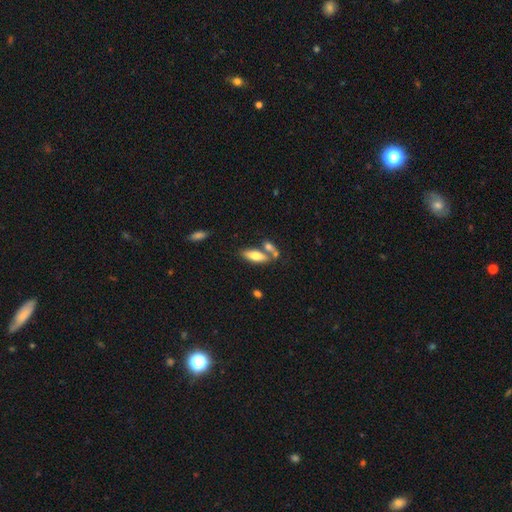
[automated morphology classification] type=smooth (69%); roundness=in between (63%); merging=none (56%).